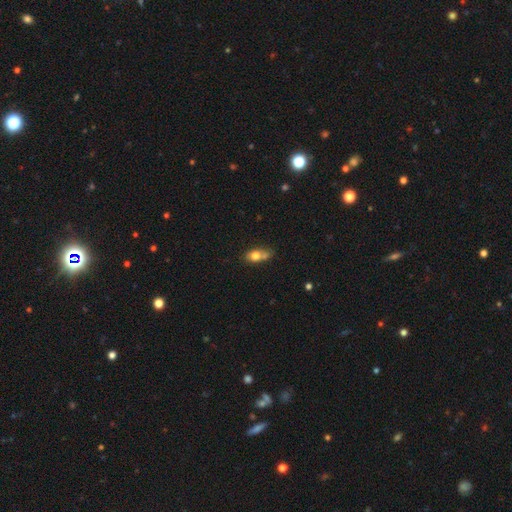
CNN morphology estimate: smooth-or-featured: smooth: 74% | featured or disk: 16% | star or artifact: 10%
  how-rounded: in between: 69% | round: 25% | cigar-shaped: 6%
  merging: none: 37% | merger: 34% | minor disturbance: 21% | major disturbance: 8%